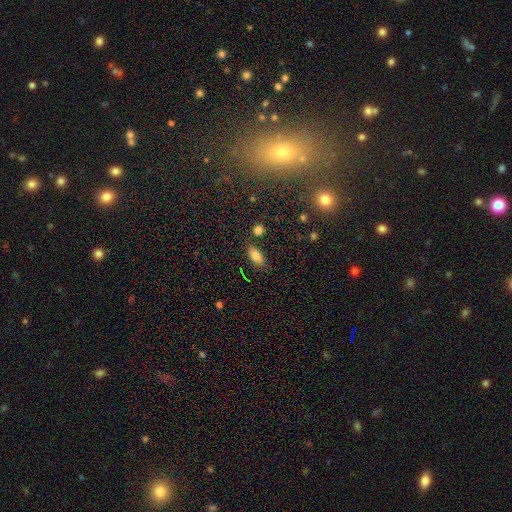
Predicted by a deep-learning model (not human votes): Smooth or featured: smooth — 81% (featured or disk — 10%)
How rounded: in between — 88% (cigar-shaped — 8%)
Merging: none — 79% (minor disturbance — 13%)